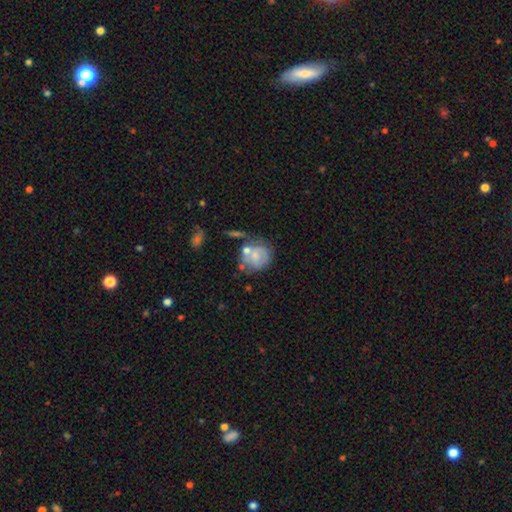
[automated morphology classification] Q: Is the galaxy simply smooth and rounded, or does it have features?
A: smooth — 52%.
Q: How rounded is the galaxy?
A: round — 75%.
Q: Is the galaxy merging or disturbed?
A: none — 42%.